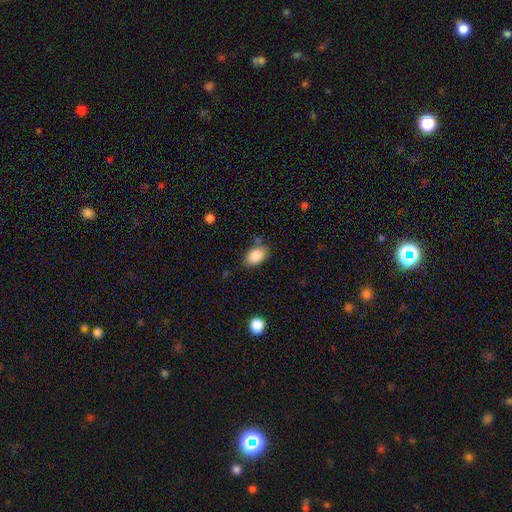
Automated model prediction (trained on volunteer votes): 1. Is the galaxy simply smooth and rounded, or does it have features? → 87% smooth, 8% star or artifact, 5% featured or disk.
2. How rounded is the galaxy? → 85% in between, 14% round, 1% cigar-shaped.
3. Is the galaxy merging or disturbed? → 76% none, 16% minor disturbance, 4% merger, 4% major disturbance.